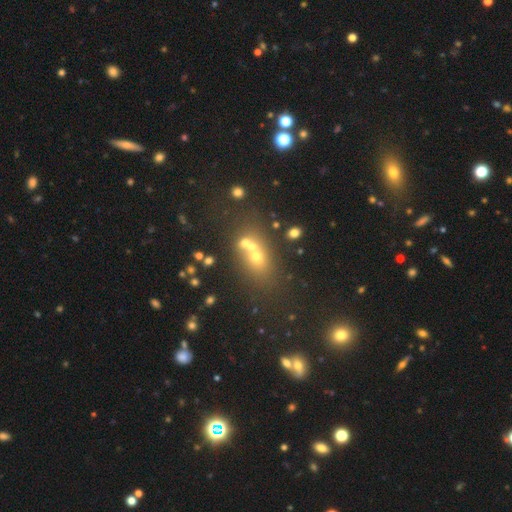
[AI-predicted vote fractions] smooth 51%, star or artifact 26%, featured or disk 24%. Down the decision tree: how rounded — in between (51%); merging — merger (45%).